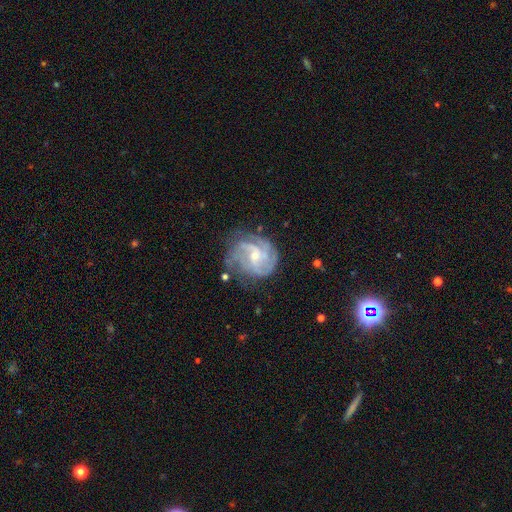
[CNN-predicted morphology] Smooth or featured: featured or disk — 86% (smooth — 8%)
Edge-on disk: no — 98% (yes — 2%)
Bar: no — 49% (weak — 43%)
Spiral arms: yes — 96% (no — 4%)
Spiral winding: tight — 50% (medium — 39%)
Spiral arm count: 3 — 28% (can't tell — 24%)
Bulge size: small — 62% (moderate — 34%)
Merging: none — 68% (minor disturbance — 21%)